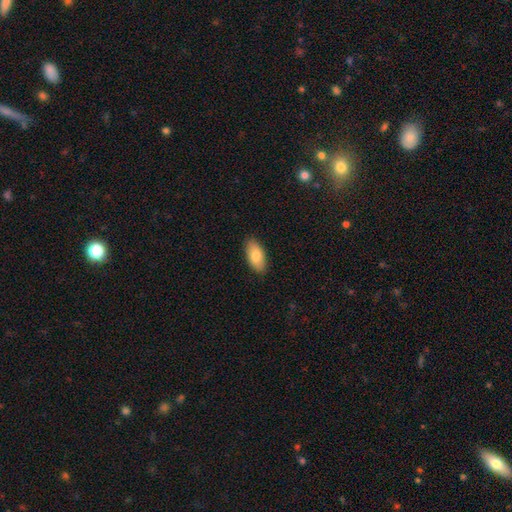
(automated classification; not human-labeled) A smooth galaxy with no disk features (82%) that is in between round and cigar-shaped (92%).

Vote fractions:
- Smooth or featured? smooth: 82% / featured or disk: 12% / star or artifact: 6%
- How rounded? in between: 92% / cigar-shaped: 6% / round: 2%
- Merging? none: 88% / minor disturbance: 9% / major disturbance: 2% / merger: 1%